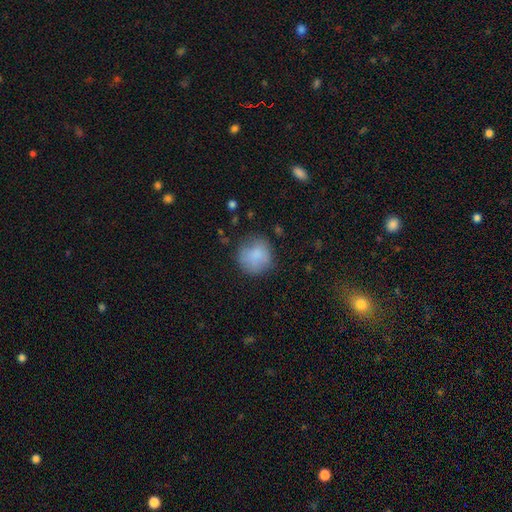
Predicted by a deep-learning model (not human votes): smooth-or-featured: smooth: 82% | featured or disk: 10% | star or artifact: 8%
  how-rounded: round: 88% | in between: 11% | cigar-shaped: 1%
  merging: none: 70% | minor disturbance: 20% | major disturbance: 7% | merger: 2%